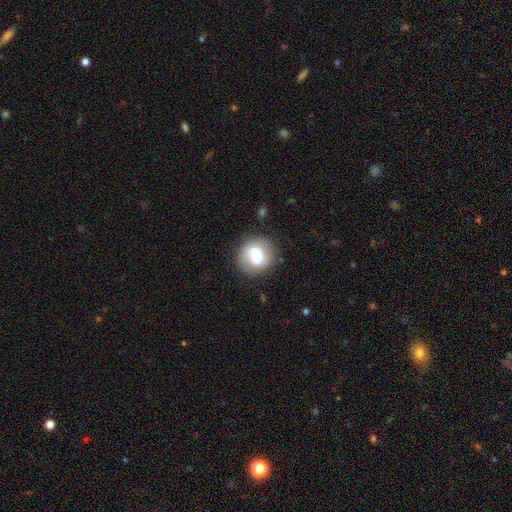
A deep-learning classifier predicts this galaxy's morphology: Smooth or featured? Predicted: smooth (p=0.59). How rounded? Predicted: round (p=0.79). Merging? Predicted: none (p=0.72).